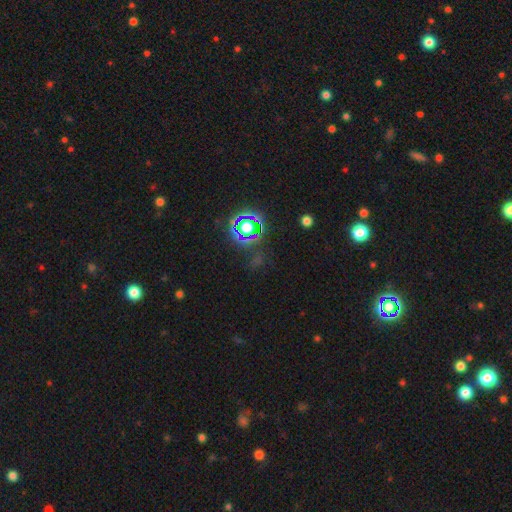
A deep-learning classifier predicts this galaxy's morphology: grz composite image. It shows a star or artifact, not a galaxy (78%).